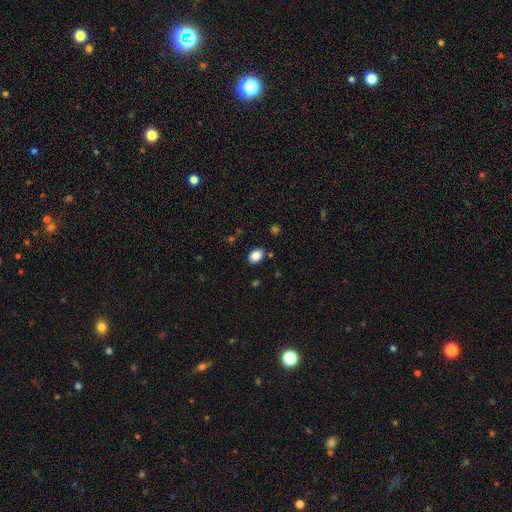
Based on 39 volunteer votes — A smooth galaxy with no disk features (95%) that is in between round and cigar-shaped (73%). Merging: none (82%).